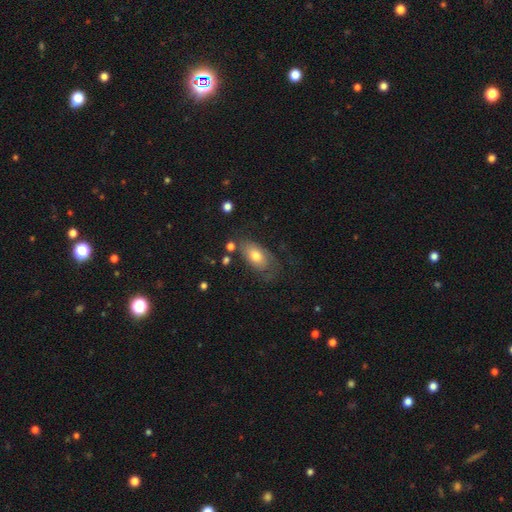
A smooth galaxy with no disk features (75%) that is in between round and cigar-shaped (89%). Merging: none (53%).